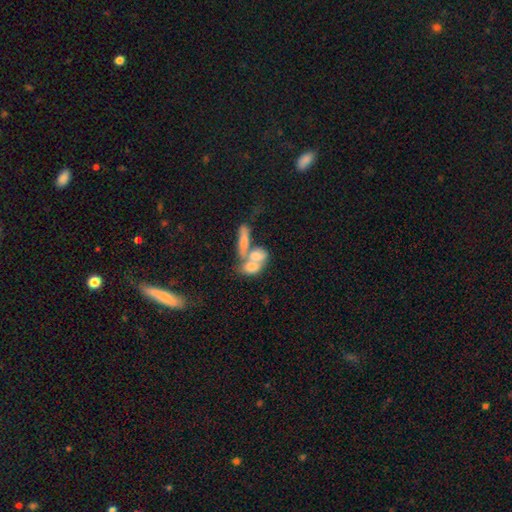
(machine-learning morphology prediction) Smooth or featured: smooth — 65% (featured or disk — 26%)
How rounded: in between — 75% (round — 14%)
Merging: merger — 66% (none — 20%)